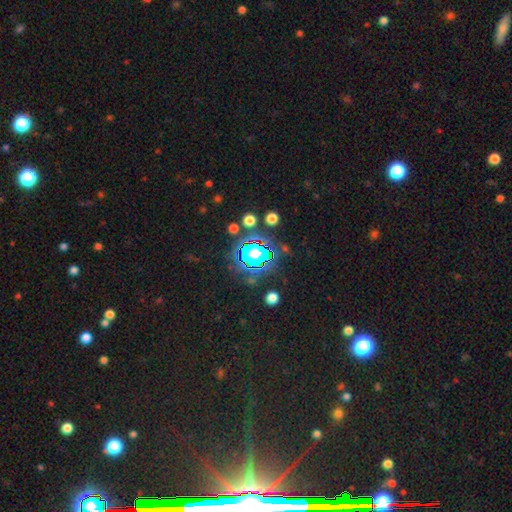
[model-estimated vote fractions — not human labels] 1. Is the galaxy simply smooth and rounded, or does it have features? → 80% star or artifact, 12% smooth, 7% featured or disk.